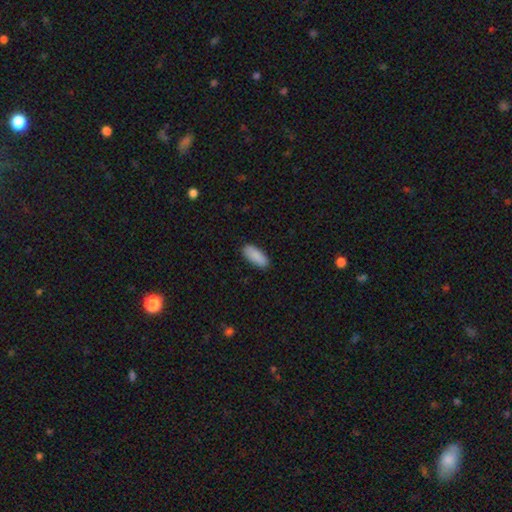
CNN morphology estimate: smooth_or_featured: smooth (p=0.90) [alt: star or artifact p=0.06]
how_rounded: in between (p=0.85) [alt: cigar-shaped p=0.14]
merging: none (p=0.89) [alt: minor disturbance p=0.09]